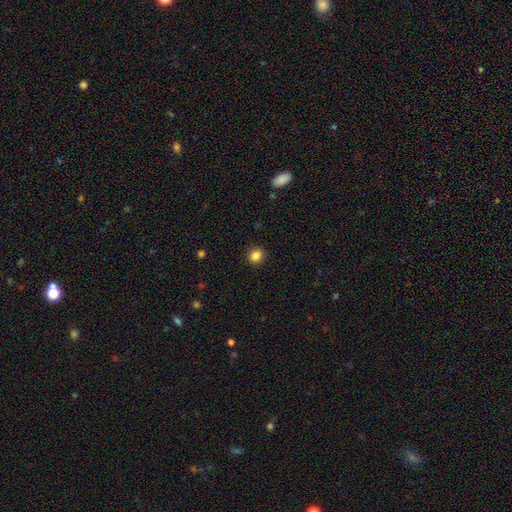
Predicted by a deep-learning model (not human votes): Smooth or featured? Predicted: smooth (p=0.85). How rounded? Predicted: round (p=0.78). Merging? Predicted: none (p=0.91).